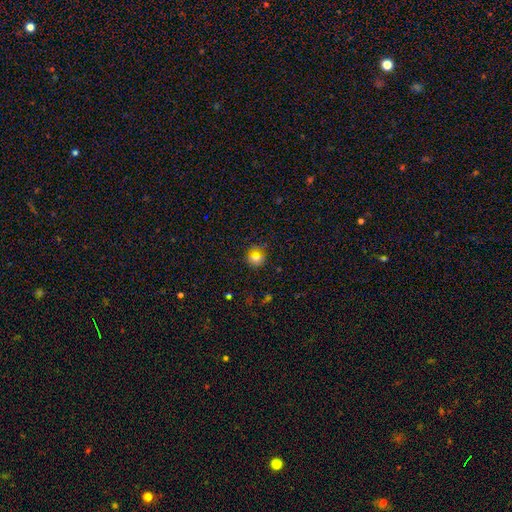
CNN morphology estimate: smooth 74%, star or artifact 14%, featured or disk 12%. Down the decision tree: how rounded — round (89%); merging — none (83%).